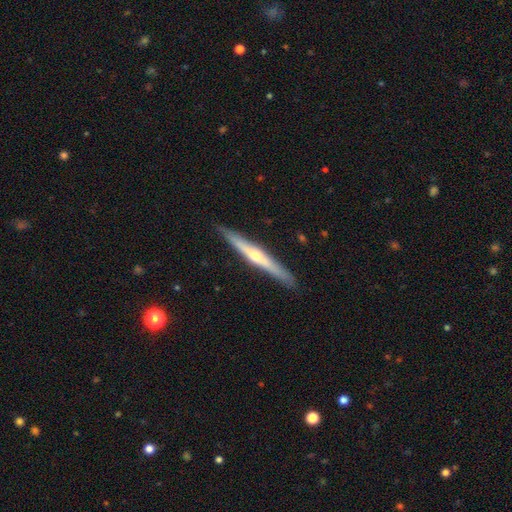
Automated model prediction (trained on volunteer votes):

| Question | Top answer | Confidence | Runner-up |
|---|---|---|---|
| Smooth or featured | featured or disk | 69% | smooth (26%) |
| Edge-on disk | yes | 97% | no (3%) |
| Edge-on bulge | rounded | 83% | none (13%) |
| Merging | none | 90% | minor disturbance (8%) |